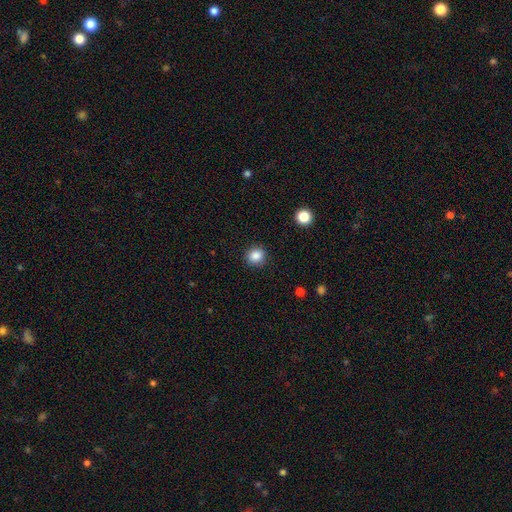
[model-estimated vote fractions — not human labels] The model was most divided on "how rounded": round: 84%, in between: 15%, cigar-shaped: 1%. More confident: merging — none (90%); smooth or featured — smooth (86%).